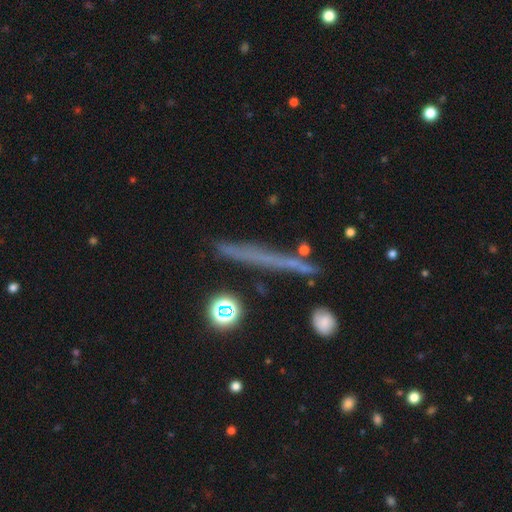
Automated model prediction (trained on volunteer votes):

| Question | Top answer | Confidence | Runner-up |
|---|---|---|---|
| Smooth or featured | smooth | 40% | featured or disk (36%) |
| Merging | none | 78% | minor disturbance (13%) |